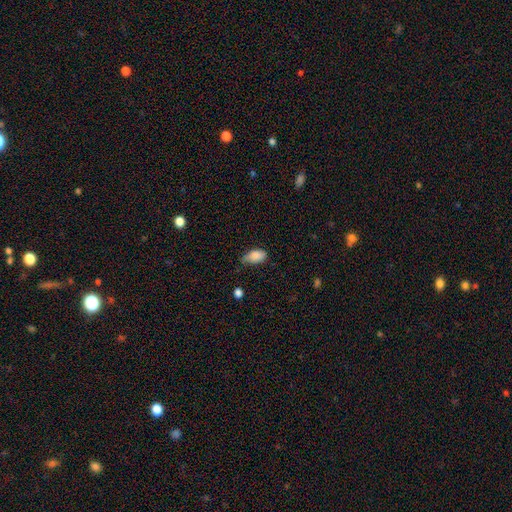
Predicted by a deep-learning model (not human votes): Q: Smooth or featured?
A: smooth (86%); runner-up: star or artifact (7%)
Q: How rounded?
A: in between (93%); runner-up: round (4%)
Q: Merging?
A: none (51%); runner-up: minor disturbance (39%)